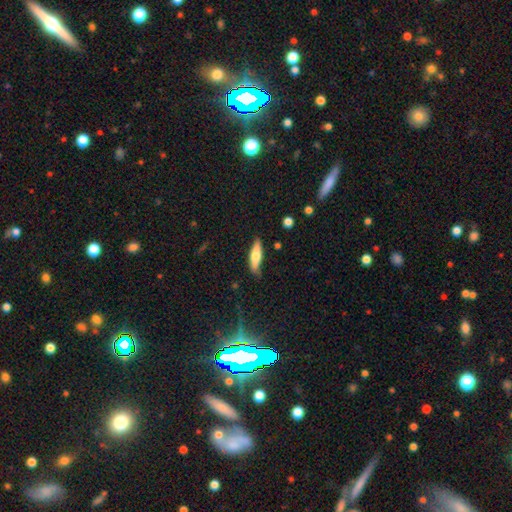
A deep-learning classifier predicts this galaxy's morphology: Smooth or featured? smooth (66%)
How rounded? cigar-shaped (62%)
Merging? none (76%)